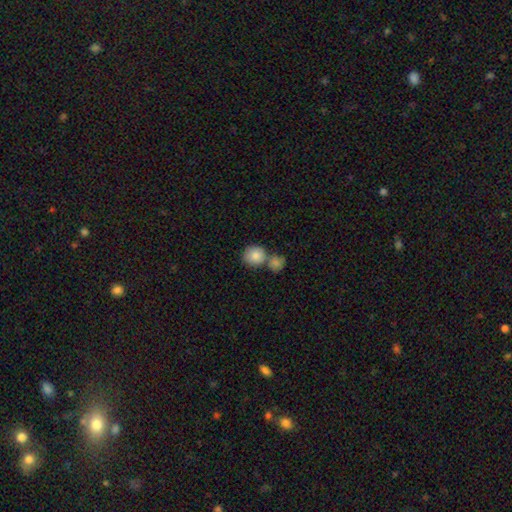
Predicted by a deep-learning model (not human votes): Smooth or featured? smooth (84%)
How rounded? round (81%)
Merging? none (47%)